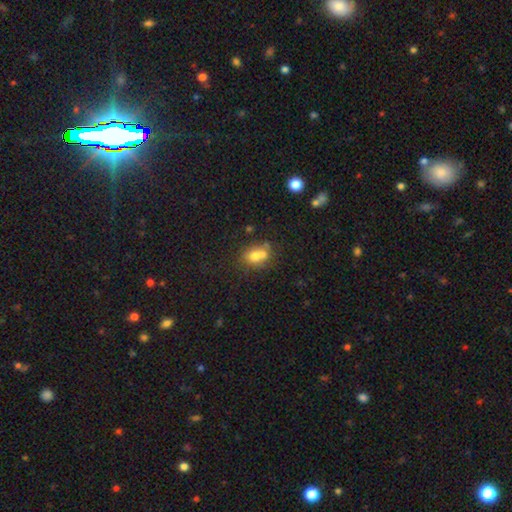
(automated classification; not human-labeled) Smooth or featured?
  - smooth: 67% *
  - featured or disk: 20%
  - star or artifact: 13%
How rounded?
  - round: 54% *
  - in between: 45%
  - cigar-shaped: 1%
Merging?
  - merger: 46% *
  - none: 38%
  - minor disturbance: 11%
  - major disturbance: 5%